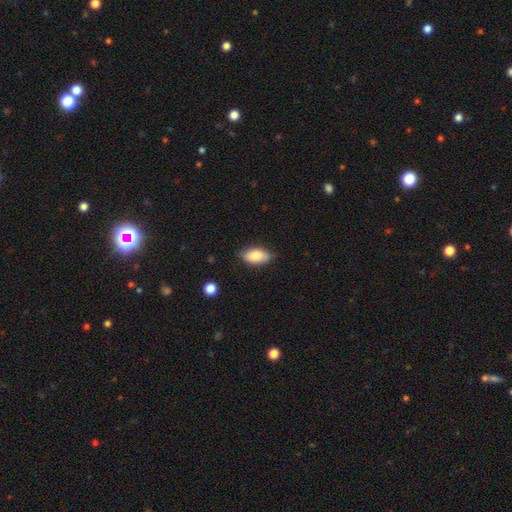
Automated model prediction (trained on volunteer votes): A smooth galaxy with no disk features (85%) that is in between round and cigar-shaped (92%). Merging: none (81%).